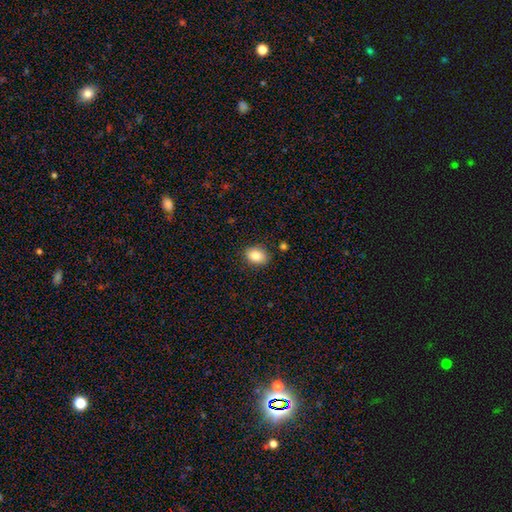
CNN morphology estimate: type=smooth (86%); roundness=in between (70%); merging=none (86%).